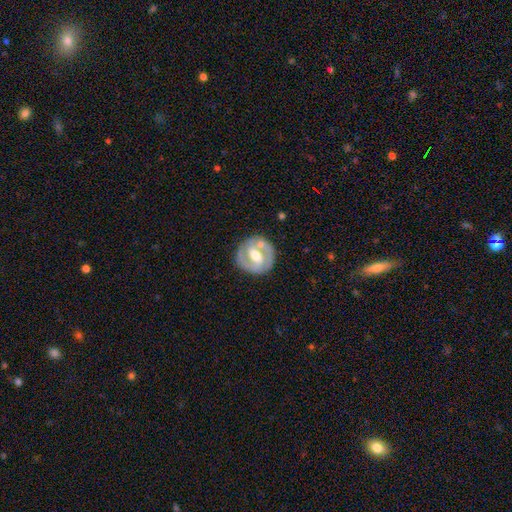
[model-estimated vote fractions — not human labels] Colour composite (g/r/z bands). It shows a featured or disk galaxy (74%) with a weak bar (43%), 2 (79%) tight (49%) spiral arms (72%) and a moderate central bulge (69%). Merging: none (77%).